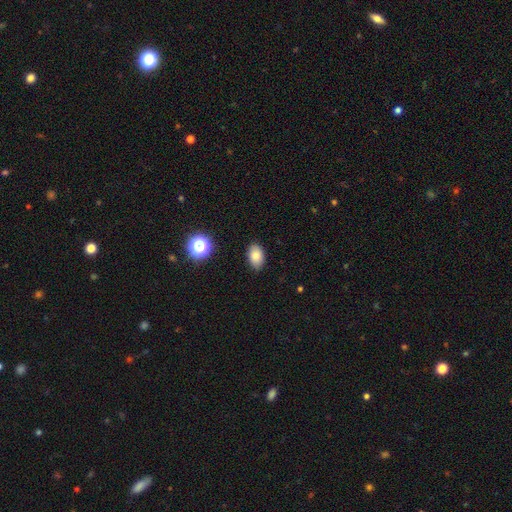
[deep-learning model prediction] Smooth or featured? Predicted: smooth (p=0.83). How rounded? Predicted: in between (p=0.89). Merging? Predicted: none (p=0.86).